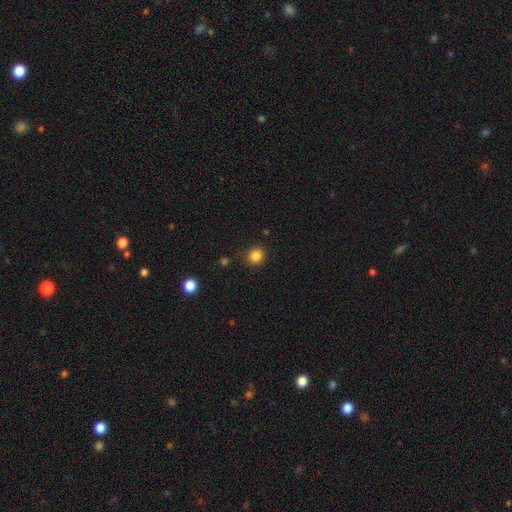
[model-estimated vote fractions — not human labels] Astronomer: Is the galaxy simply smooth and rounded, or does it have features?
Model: smooth — 85%.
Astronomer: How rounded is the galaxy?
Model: round — 87%.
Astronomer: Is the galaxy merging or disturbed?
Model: none — 88%.